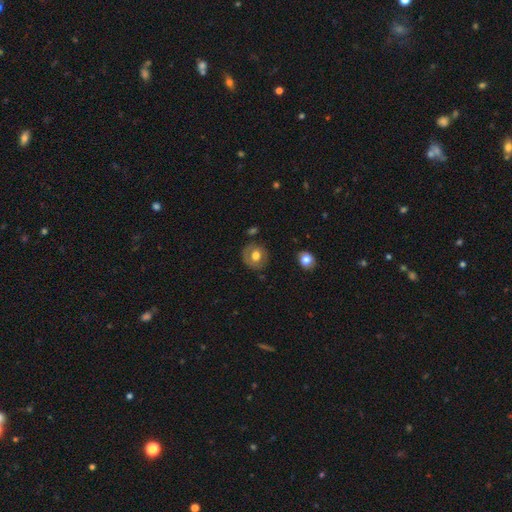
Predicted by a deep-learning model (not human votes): Smooth or featured? smooth (57%)
How rounded? round (81%)
Merging? none (78%)